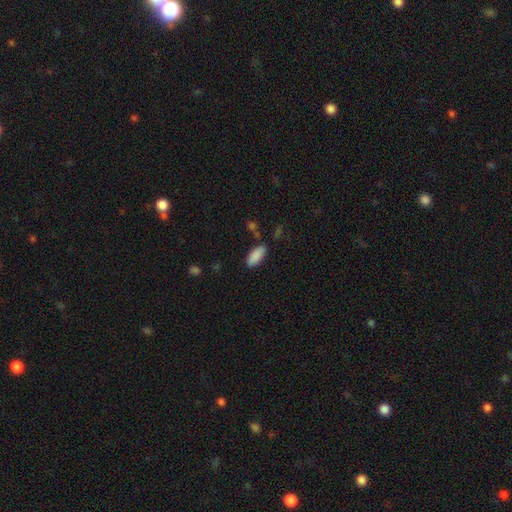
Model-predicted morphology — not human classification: smooth_or_featured: smooth (p=0.89) [alt: star or artifact p=0.07]
how_rounded: in between (p=0.84) [alt: cigar-shaped p=0.14]
merging: none (p=0.78) [alt: minor disturbance p=0.15]